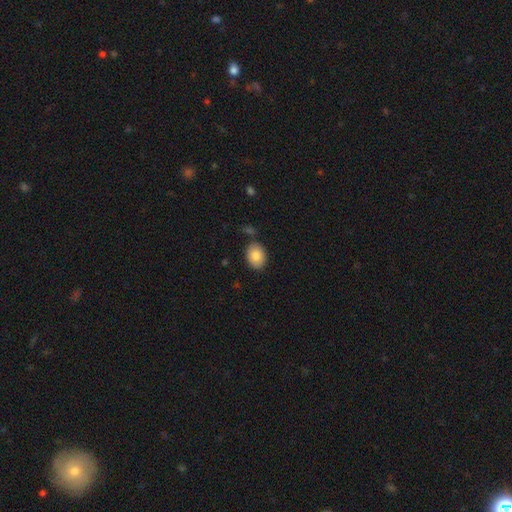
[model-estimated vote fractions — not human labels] Overall: smooth (85%). How rounded: in between (68%; round 31%). Merging: none (81%).